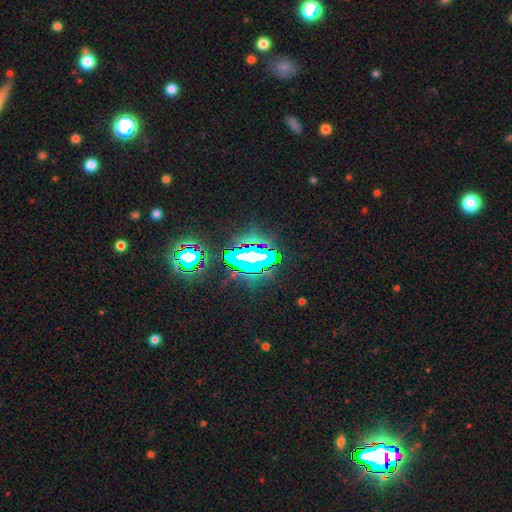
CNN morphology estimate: A star or artifact, not a galaxy (66%).